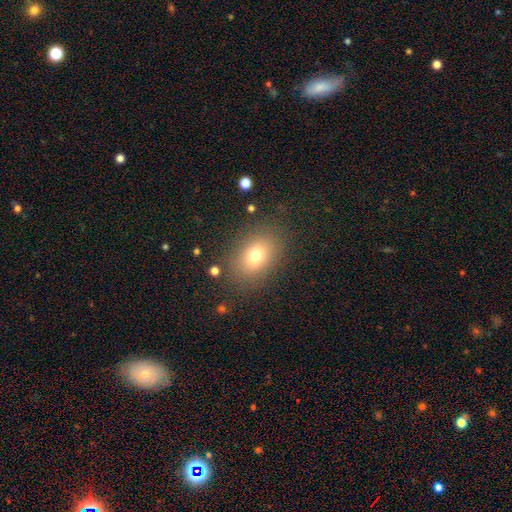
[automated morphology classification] Smooth or featured? smooth (73%)
How rounded? in between (74%)
Merging? none (82%)